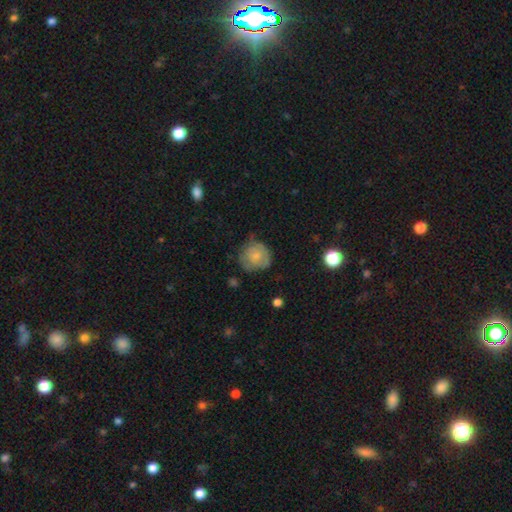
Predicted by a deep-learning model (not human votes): smooth-or-featured: smooth: 64% | featured or disk: 28% | star or artifact: 8%
  how-rounded: round: 86% | in between: 13% | cigar-shaped: 1%
  merging: none: 58% | minor disturbance: 30% | major disturbance: 10% | merger: 2%